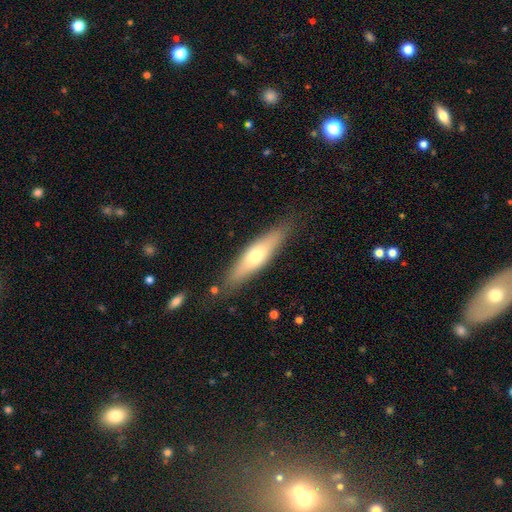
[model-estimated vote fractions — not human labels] A smooth galaxy with no disk features (55%) that is cigar-shaped (70%).

Vote fractions:
- Smooth or featured? smooth: 55% / featured or disk: 38% / star or artifact: 6%
- How rounded? cigar-shaped: 70% / in between: 28% / round: 2%
- Merging? none: 83% / minor disturbance: 12% / major disturbance: 3% / merger: 2%